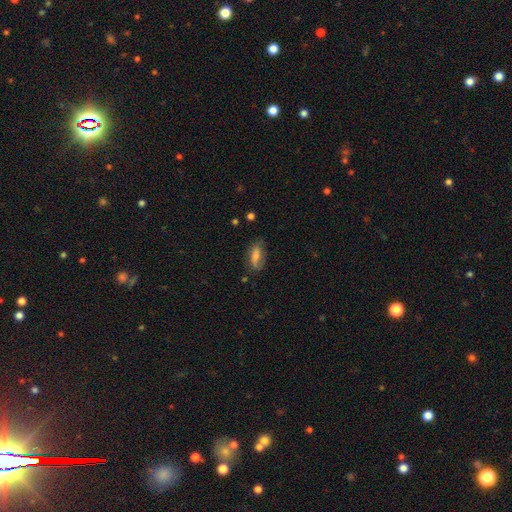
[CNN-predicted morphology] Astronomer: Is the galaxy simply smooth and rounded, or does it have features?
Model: smooth — 56% (runner-up: featured or disk, 35%).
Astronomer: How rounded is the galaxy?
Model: in between — 81%.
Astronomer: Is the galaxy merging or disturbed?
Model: none — 64%.